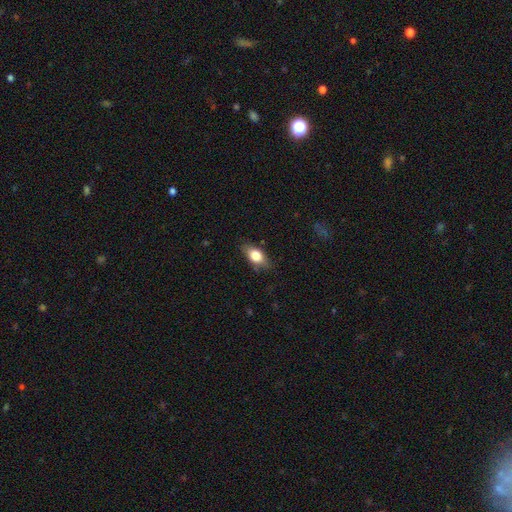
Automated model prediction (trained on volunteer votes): smooth_or_featured: smooth (p=0.75) [alt: featured or disk p=0.18]
how_rounded: in between (p=0.82) [alt: round p=0.10]
merging: none (p=0.78) [alt: minor disturbance p=0.17]